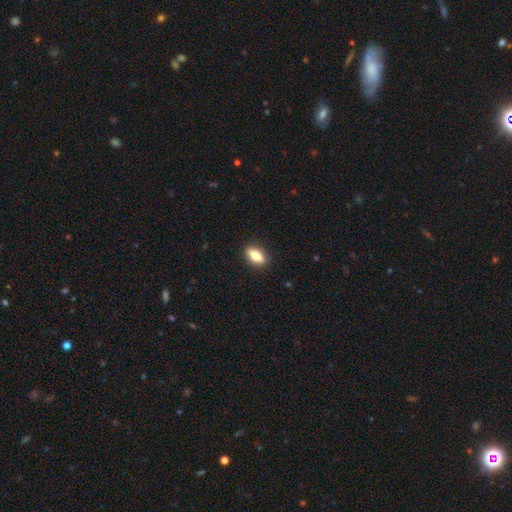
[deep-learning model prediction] A smooth galaxy with no disk features (73%) that is in between round and cigar-shaped (80%).

Vote fractions:
- Smooth or featured? smooth: 73% / featured or disk: 19% / star or artifact: 7%
- How rounded? in between: 80% / cigar-shaped: 13% / round: 7%
- Merging? none: 89% / minor disturbance: 8% / major disturbance: 2% / merger: 1%